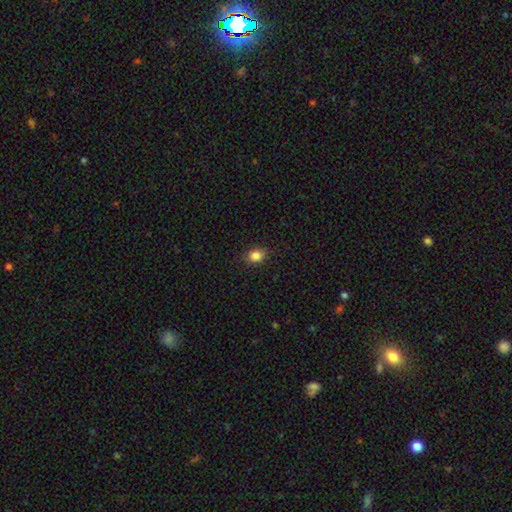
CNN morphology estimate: A smooth galaxy with no disk features (85%) that is in between round and cigar-shaped (56%). Merging: none (88%).